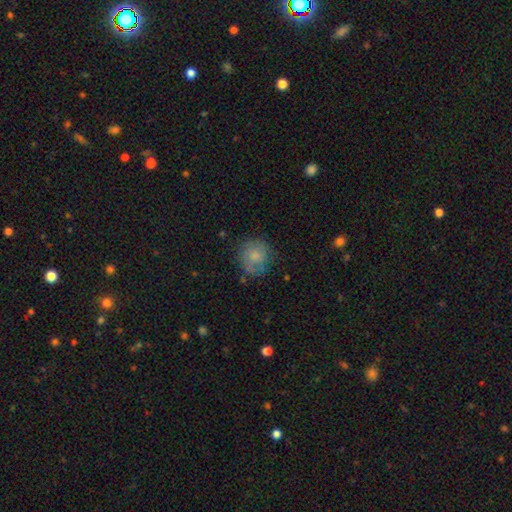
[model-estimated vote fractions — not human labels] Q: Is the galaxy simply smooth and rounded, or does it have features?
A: smooth — 72%.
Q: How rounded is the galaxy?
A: round — 83%.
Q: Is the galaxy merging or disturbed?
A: none — 67%.